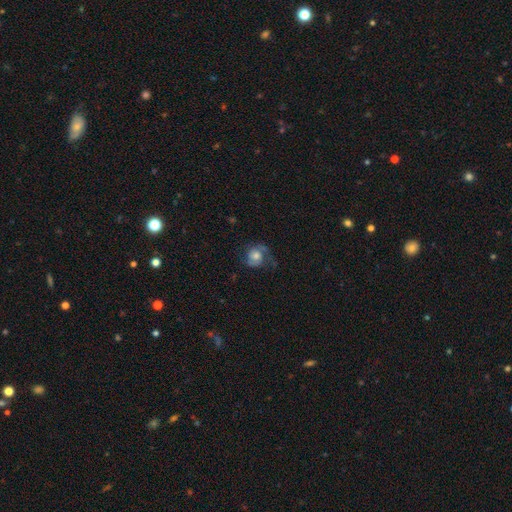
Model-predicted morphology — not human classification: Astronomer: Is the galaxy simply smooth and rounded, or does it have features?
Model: featured or disk — 56% (runner-up: smooth, 35%).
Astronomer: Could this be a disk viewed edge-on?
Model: no — 97%.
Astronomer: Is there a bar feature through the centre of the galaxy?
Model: no — 75%.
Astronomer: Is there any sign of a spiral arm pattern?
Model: yes — 87%.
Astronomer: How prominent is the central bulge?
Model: moderate — 52%.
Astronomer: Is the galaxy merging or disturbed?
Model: none — 56%.